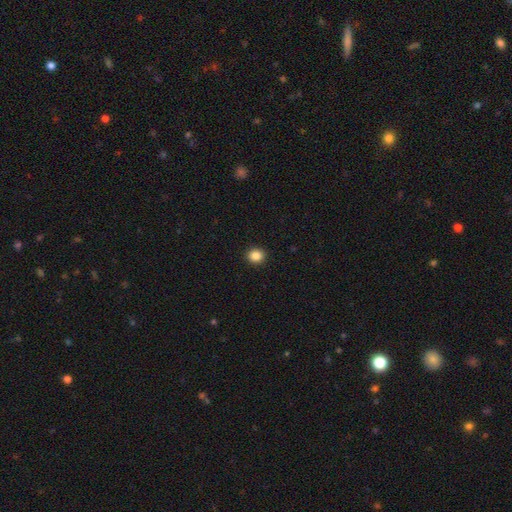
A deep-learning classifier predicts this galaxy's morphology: This is clearly a smooth galaxy (86%). How rounded: clearly round (85%). Merging: clearly none (93%).